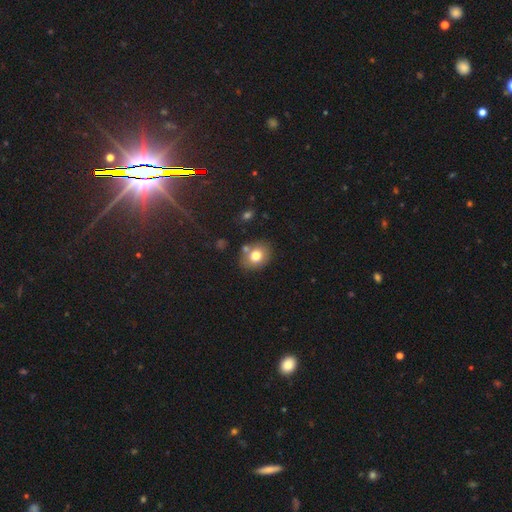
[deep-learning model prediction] A smooth galaxy with no disk features (75%) that is in between round and cigar-shaped (54%). Merging: none (71%).